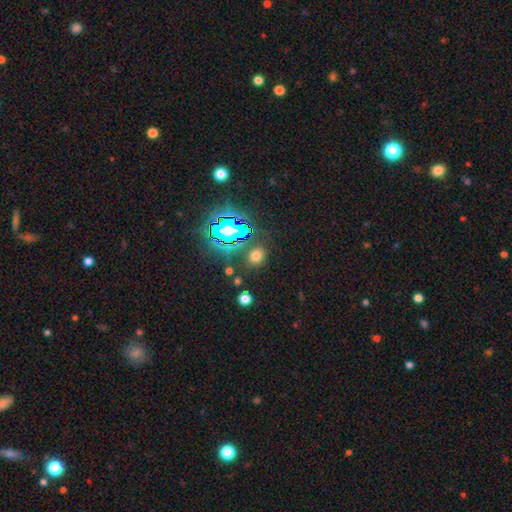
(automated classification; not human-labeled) The model was most divided on "how rounded": round: 52%, in between: 46%, cigar-shaped: 2%. More confident: merging — none (80%); smooth or featured — smooth (61%).